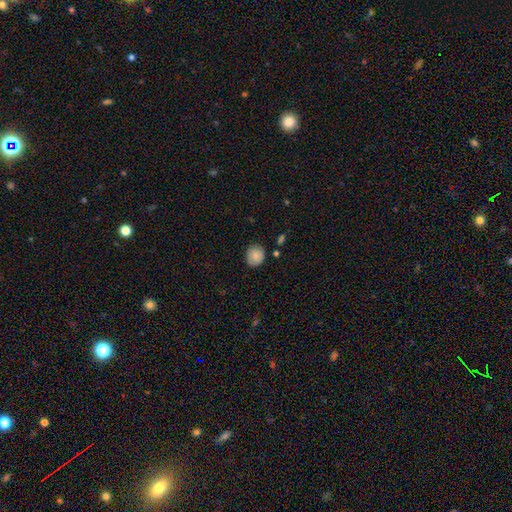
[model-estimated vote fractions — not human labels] smooth-or-featured: smooth: 85% | star or artifact: 8% | featured or disk: 7%
  how-rounded: round: 79% | in between: 20% | cigar-shaped: 1%
  merging: none: 82% | minor disturbance: 14% | major disturbance: 2% | merger: 2%